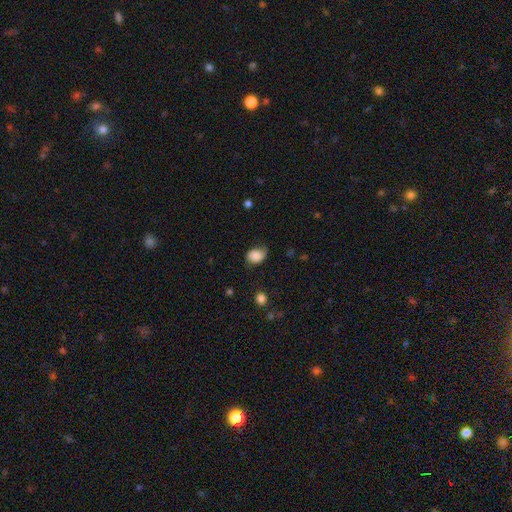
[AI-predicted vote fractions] Smooth or featured?
  - smooth: 82% *
  - featured or disk: 9%
  - star or artifact: 9%
How rounded?
  - in between: 61% *
  - round: 38%
  - cigar-shaped: 1%
Merging?
  - none: 54% *
  - minor disturbance: 34%
  - major disturbance: 10%
  - merger: 2%